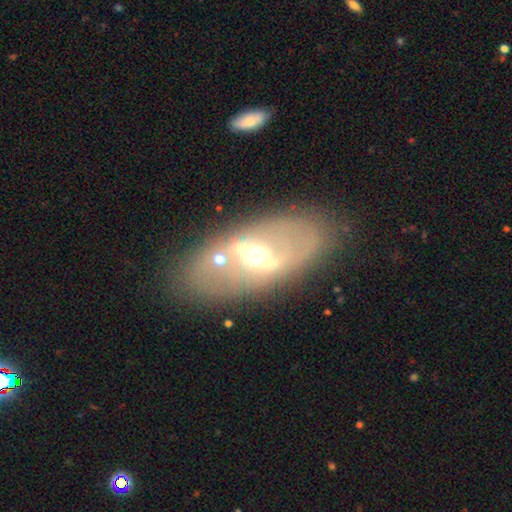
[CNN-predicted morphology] The model was most divided on "bar": strong: 47%, weak: 38%, no: 16%. More confident: edge-on disk — no (85%); merging — none (75%); smooth or featured — featured or disk (71%); bulge size — moderate (68%); spiral arms — no (62%).